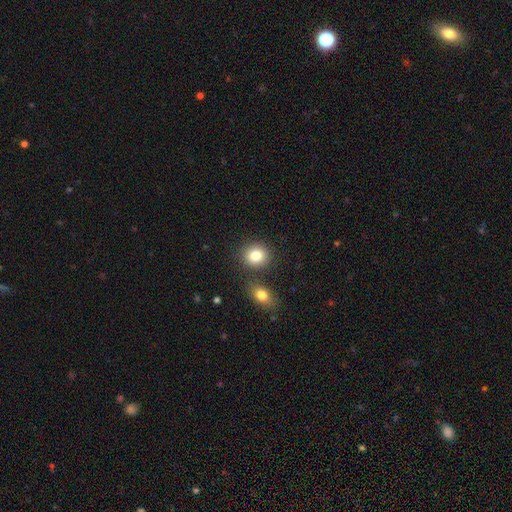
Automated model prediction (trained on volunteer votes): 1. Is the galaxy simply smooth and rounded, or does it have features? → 84% smooth, 9% star or artifact, 7% featured or disk.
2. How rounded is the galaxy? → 71% round, 28% in between, 1% cigar-shaped.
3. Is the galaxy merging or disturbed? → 74% none, 14% merger, 9% minor disturbance, 3% major disturbance.